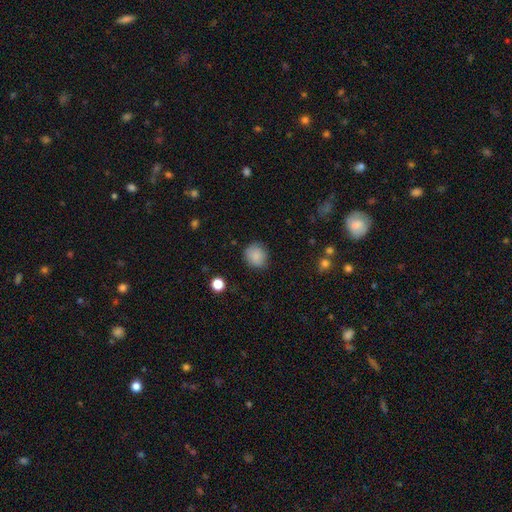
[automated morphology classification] This appears to be a smooth galaxy with no disk features (86%) that is round (80%). Merging: none (82%).